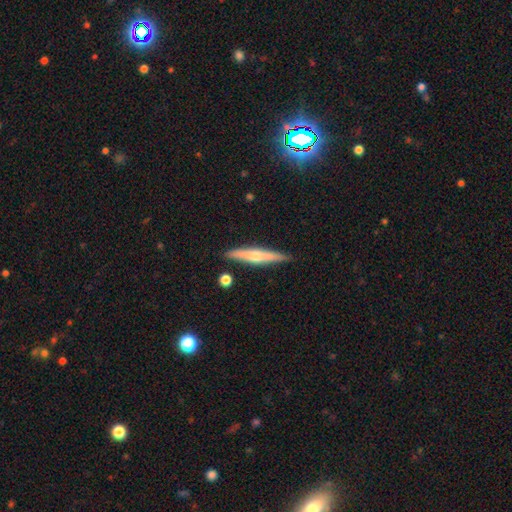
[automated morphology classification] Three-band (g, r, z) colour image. It shows a featured or disk galaxy (57%) viewed edge-on (96%) with a rounded central bulge (83%). Merging: none (87%).